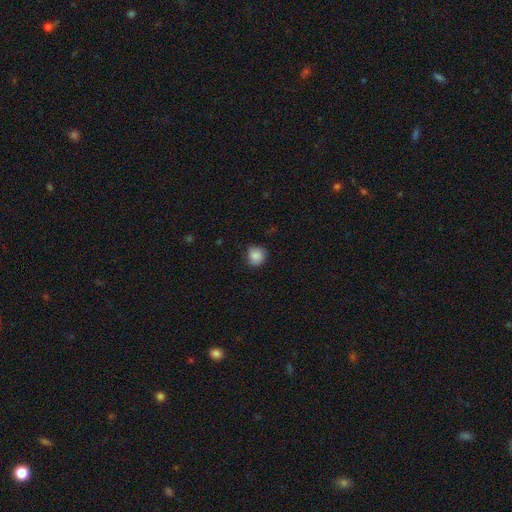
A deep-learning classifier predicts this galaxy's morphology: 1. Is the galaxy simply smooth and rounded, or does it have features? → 85% smooth, 8% star or artifact, 7% featured or disk.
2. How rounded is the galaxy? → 87% round, 12% in between, 1% cigar-shaped.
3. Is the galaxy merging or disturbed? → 77% none, 19% minor disturbance, 4% major disturbance, 1% merger.